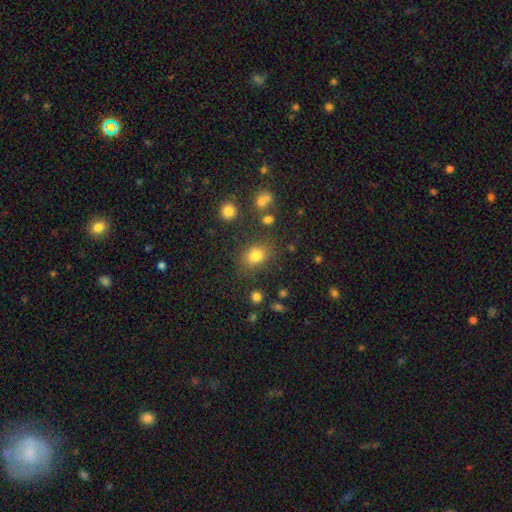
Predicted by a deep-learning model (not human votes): Morphology: type=smooth (79%); roundness=in between (62%); merging=none (76%).